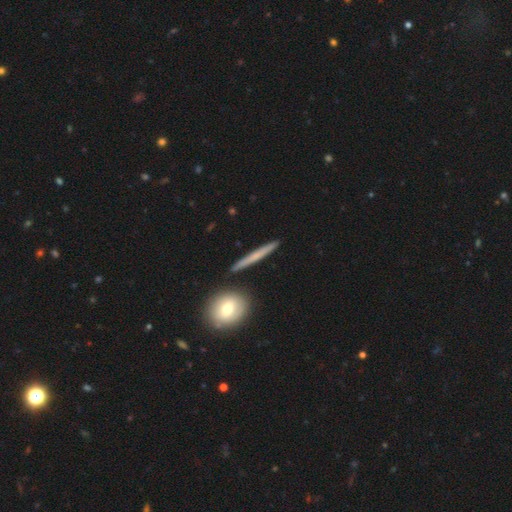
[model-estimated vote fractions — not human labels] Smooth or featured?
  - smooth: 52% *
  - featured or disk: 42%
  - star or artifact: 6%
How rounded?
  - cigar-shaped: 92% *
  - in between: 4%
  - round: 4%
Merging?
  - none: 90% *
  - minor disturbance: 6%
  - merger: 2%
  - major disturbance: 1%